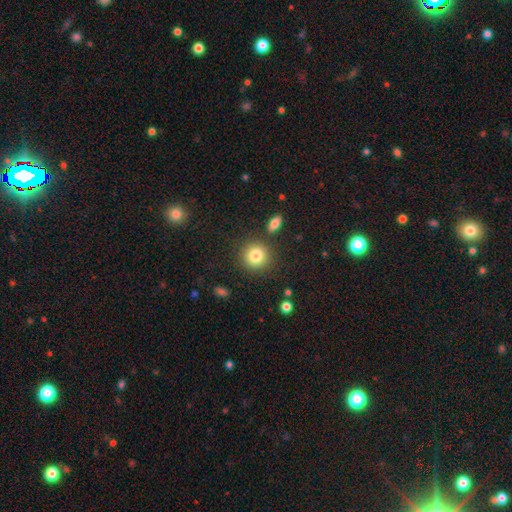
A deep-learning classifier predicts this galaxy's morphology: smooth_or_featured: smooth (p=0.82) [alt: star or artifact p=0.10]
how_rounded: round (p=0.89) [alt: in between p=0.10]
merging: none (p=0.85) [alt: minor disturbance p=0.08]